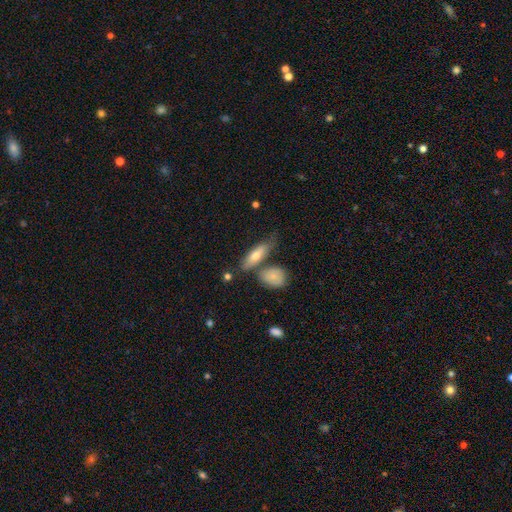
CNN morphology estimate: A smooth galaxy with no disk features (66%) that is in between round and cigar-shaped (50%).

Vote fractions:
- Smooth or featured? smooth: 66% / featured or disk: 28% / star or artifact: 6%
- How rounded? in between: 50% / cigar-shaped: 47% / round: 3%
- Merging? none: 59% / minor disturbance: 18% / merger: 17% / major disturbance: 6%